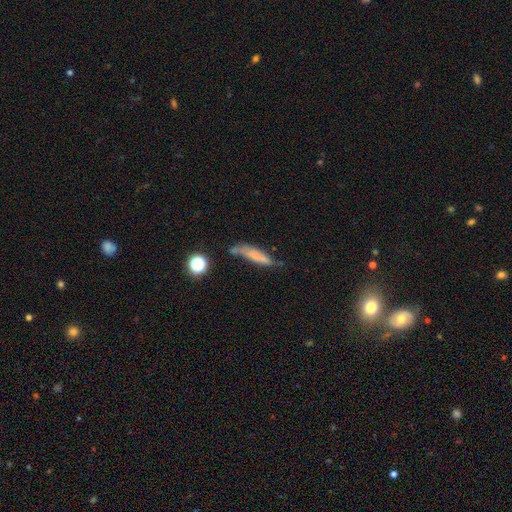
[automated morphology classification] A smooth galaxy with no disk features (60%) that is cigar-shaped (77%). Merging: none (44%).